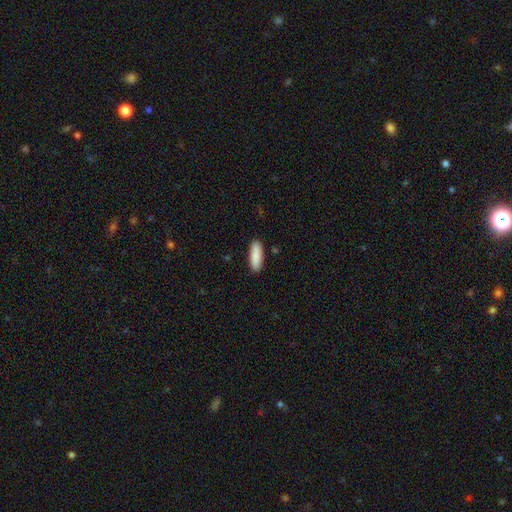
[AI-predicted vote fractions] This is clearly a smooth galaxy (88%). How rounded: possibly in between (54%). Merging: clearly none (89%).